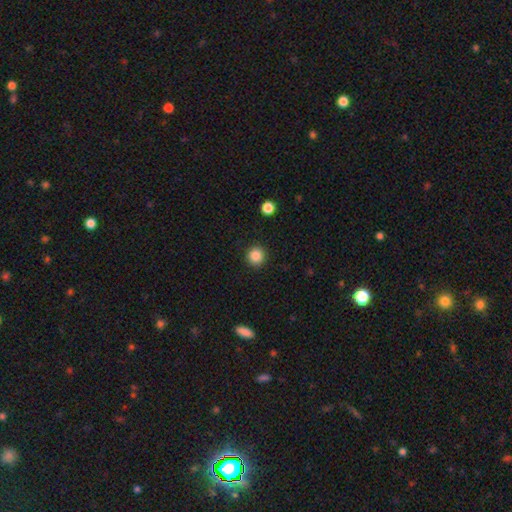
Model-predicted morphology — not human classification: Smooth or featured: smooth — 86% (star or artifact — 11%)
How rounded: round — 94% (in between — 5%)
Merging: none — 92% (minor disturbance — 5%)